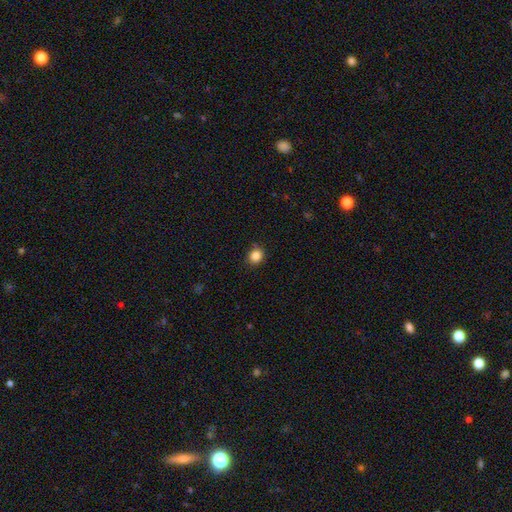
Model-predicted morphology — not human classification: Smooth or featured? Predicted: smooth (p=0.85). How rounded? Predicted: round (p=0.78). Merging? Predicted: none (p=0.82).